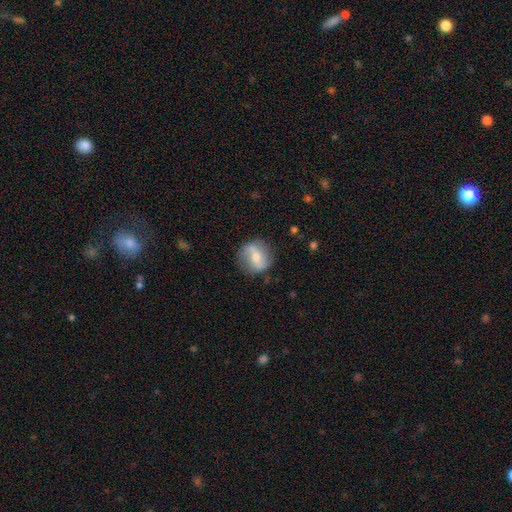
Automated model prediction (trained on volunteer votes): The model was most divided on "bar": weak: 37%, strong: 34%, no: 28%. More confident: edge-on disk — no (94%); merging — none (81%); spiral arms — yes (79%); smooth or featured — featured or disk (61%); bulge size — moderate (52%).